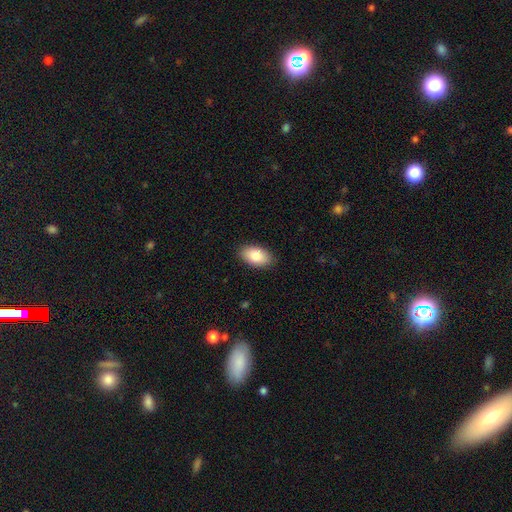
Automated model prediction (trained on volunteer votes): smooth-or-featured: smooth: 83% | featured or disk: 11% | star or artifact: 7%
  how-rounded: in between: 94% | round: 5% | cigar-shaped: 2%
  merging: none: 89% | minor disturbance: 9% | major disturbance: 2% | merger: 1%